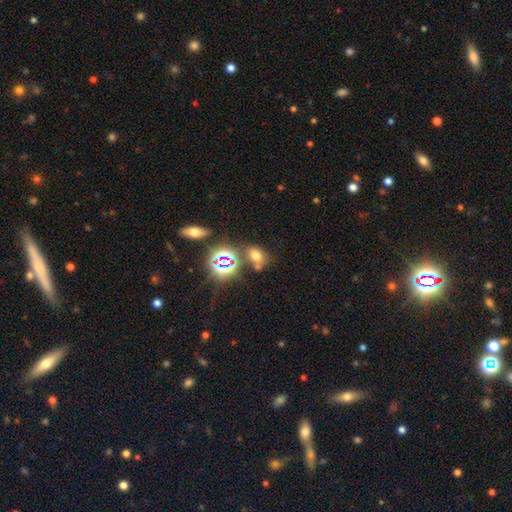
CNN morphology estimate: smooth 62%, star or artifact 28%, featured or disk 10%. Down the decision tree: how rounded — in between (64%); merging — none (64%).